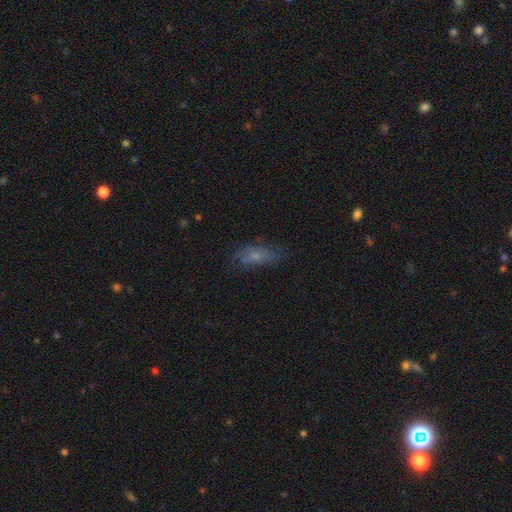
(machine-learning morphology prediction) Smooth or featured? smooth (60%)
How rounded? in between (70%)
Merging? none (61%)